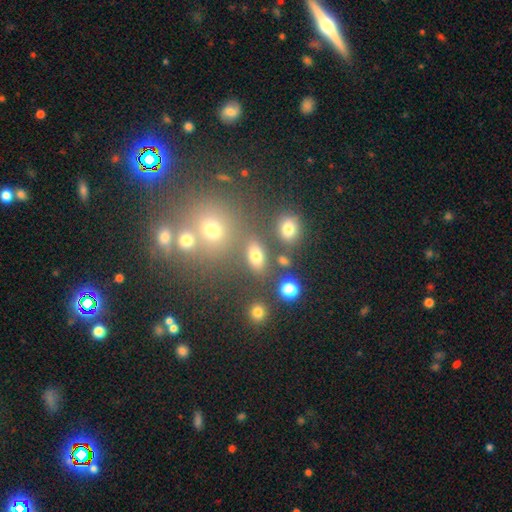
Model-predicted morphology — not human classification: Overall: smooth (72%). How rounded: in between (78%). Merging: none (71%).